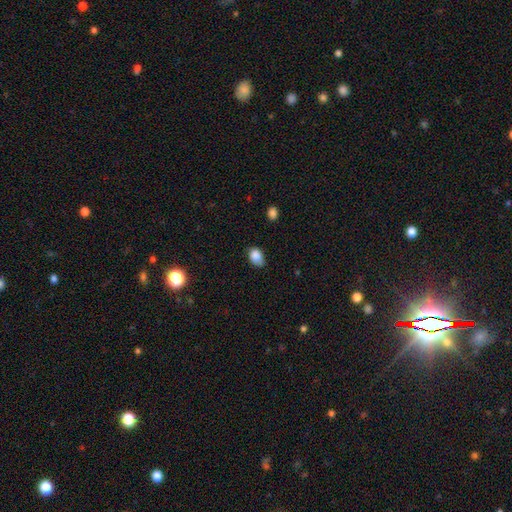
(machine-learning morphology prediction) The model was most divided on "merging": none: 66%, minor disturbance: 28%, major disturbance: 5%, merger: 1%. More confident: smooth or featured — smooth (86%); how rounded — in between (82%).